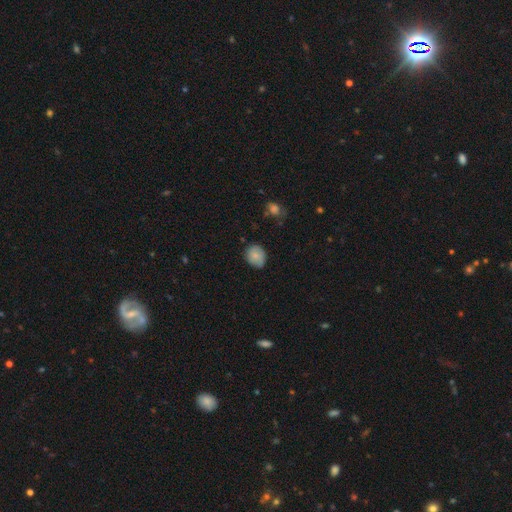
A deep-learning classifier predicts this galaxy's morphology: Smooth or featured?
  - smooth: 81% *
  - featured or disk: 11%
  - star or artifact: 8%
How rounded?
  - round: 67% *
  - in between: 32%
  - cigar-shaped: 1%
Merging?
  - none: 67% *
  - minor disturbance: 27%
  - major disturbance: 4%
  - merger: 2%